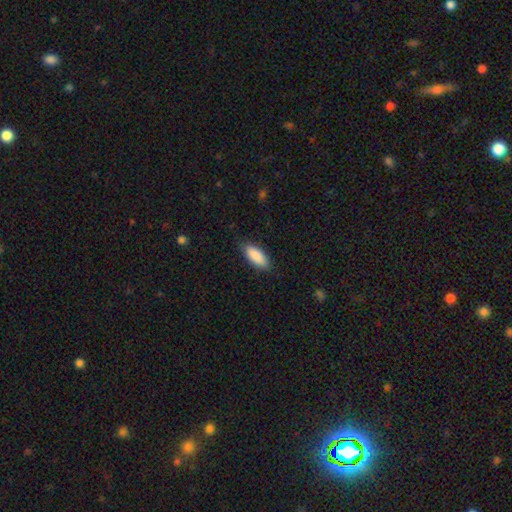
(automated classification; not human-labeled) smooth_or_featured: smooth (p=0.89) [alt: star or artifact p=0.06]
how_rounded: in between (p=0.80) [alt: cigar-shaped p=0.19]
merging: none (p=0.84) [alt: minor disturbance p=0.12]